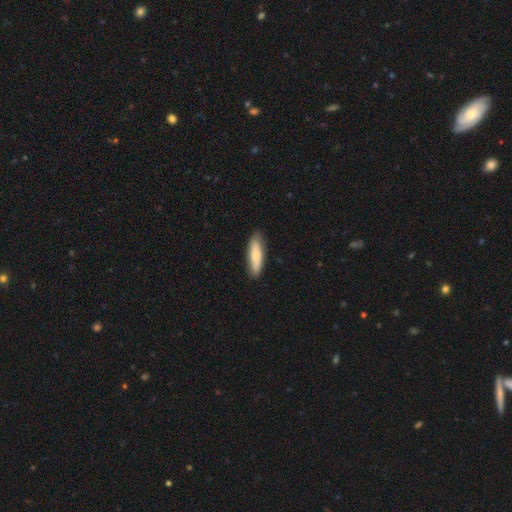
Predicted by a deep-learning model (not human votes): A smooth galaxy with no disk features (72%) that is cigar-shaped (63%).

Vote fractions:
- Smooth or featured? smooth: 72% / featured or disk: 22% / star or artifact: 5%
- How rounded? cigar-shaped: 63% / in between: 35% / round: 2%
- Merging? none: 88% / minor disturbance: 9% / major disturbance: 2% / merger: 1%